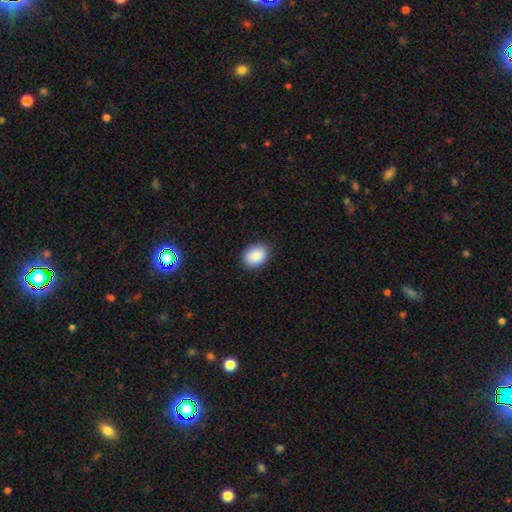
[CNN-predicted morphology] This is clearly a smooth galaxy (89%). How rounded: likely in between (68%). Merging: clearly none (86%).